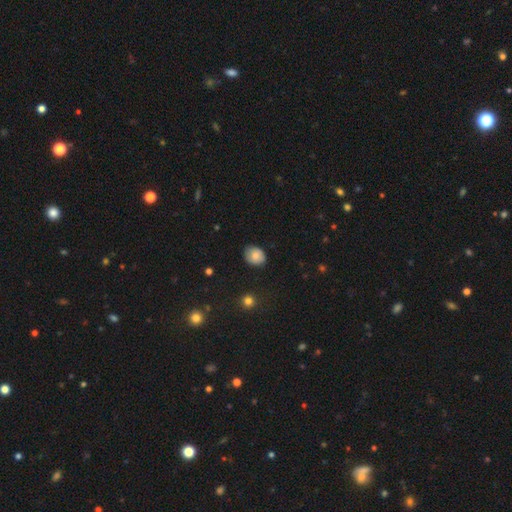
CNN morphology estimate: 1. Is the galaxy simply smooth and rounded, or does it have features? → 79% smooth, 13% featured or disk, 9% star or artifact.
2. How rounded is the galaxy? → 51% in between, 48% round, 1% cigar-shaped.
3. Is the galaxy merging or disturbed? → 81% none, 15% minor disturbance, 3% major disturbance, 1% merger.